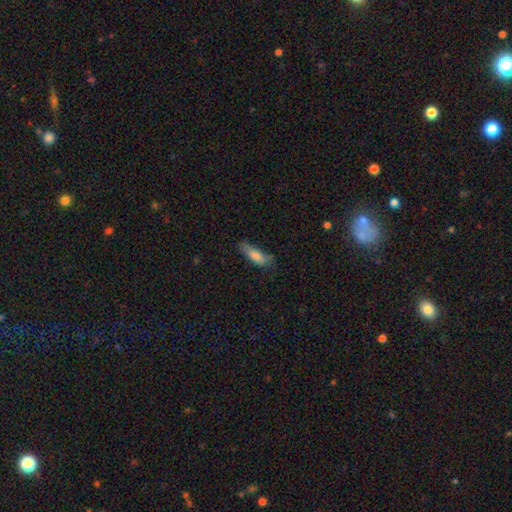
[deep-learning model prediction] Smooth or featured? smooth (77%)
How rounded? in between (50%)
Merging? none (62%)